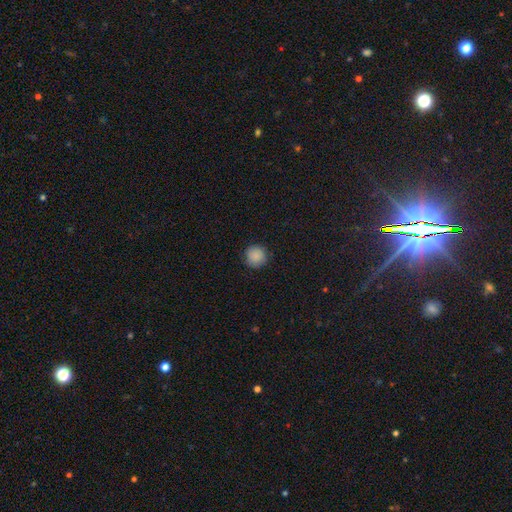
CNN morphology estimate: A smooth galaxy with no disk features (88%) that is round (95%). Merging: none (88%).